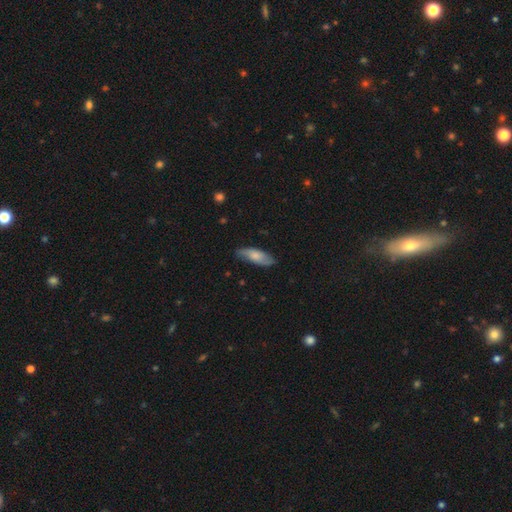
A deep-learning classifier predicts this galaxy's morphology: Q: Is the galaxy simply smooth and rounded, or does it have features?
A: smooth — 68%.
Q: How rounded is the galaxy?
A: in between — 63%.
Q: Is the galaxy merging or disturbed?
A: none — 79%.